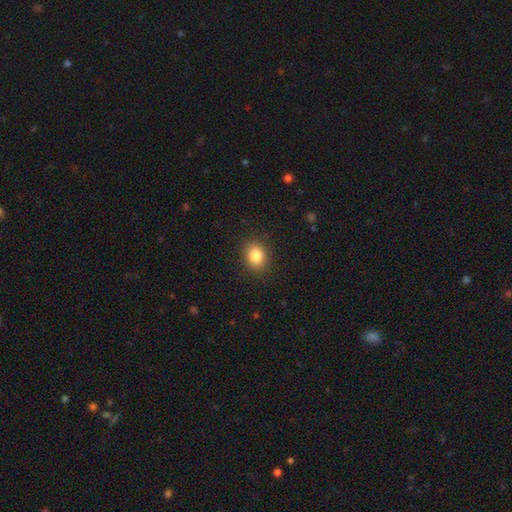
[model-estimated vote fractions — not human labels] Smooth or featured? smooth (84%)
How rounded? in between (52%)
Merging? none (89%)